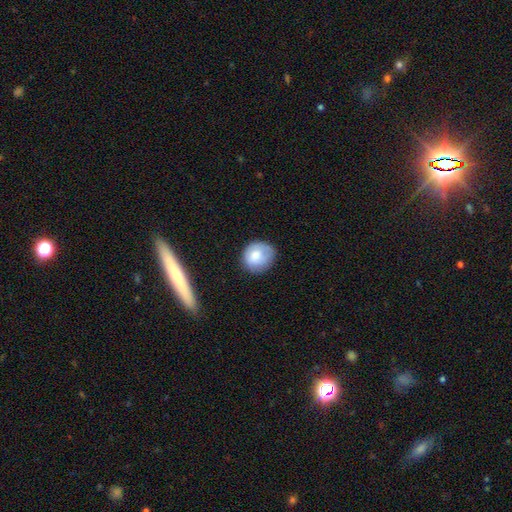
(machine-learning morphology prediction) A smooth galaxy with no disk features (77%) that is round (82%).

Vote fractions:
- Smooth or featured? smooth: 77% / featured or disk: 15% / star or artifact: 8%
- How rounded? round: 82% / in between: 17% / cigar-shaped: 1%
- Merging? none: 73% / minor disturbance: 21% / major disturbance: 5% / merger: 2%